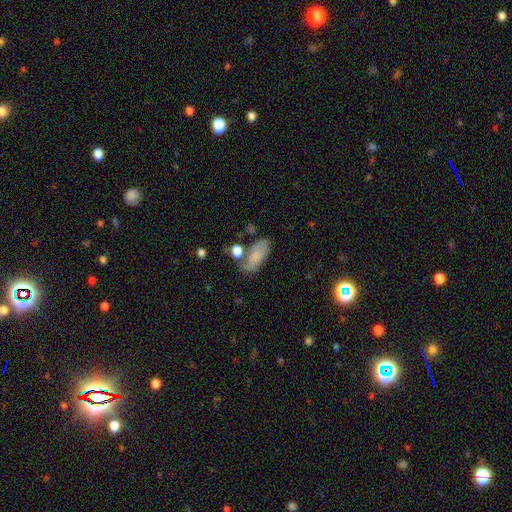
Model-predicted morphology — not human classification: Smooth or featured?
  - smooth: 74% *
  - featured or disk: 18%
  - star or artifact: 9%
How rounded?
  - in between: 86% *
  - cigar-shaped: 10%
  - round: 4%
Merging?
  - none: 57% *
  - minor disturbance: 21%
  - merger: 14%
  - major disturbance: 8%